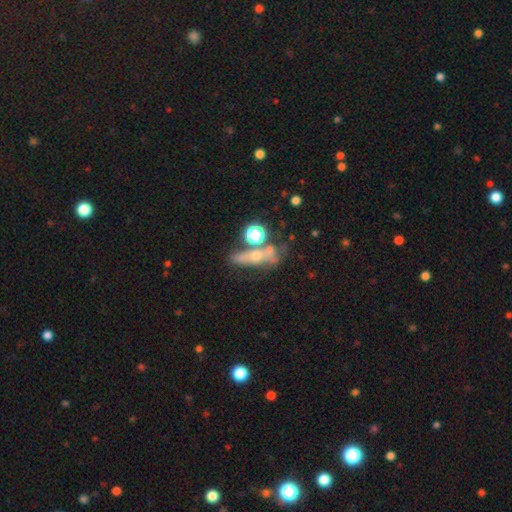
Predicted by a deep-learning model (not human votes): Smooth or featured: featured or disk — 42% (smooth — 39%)
Merging: none — 47% (merger — 23%)